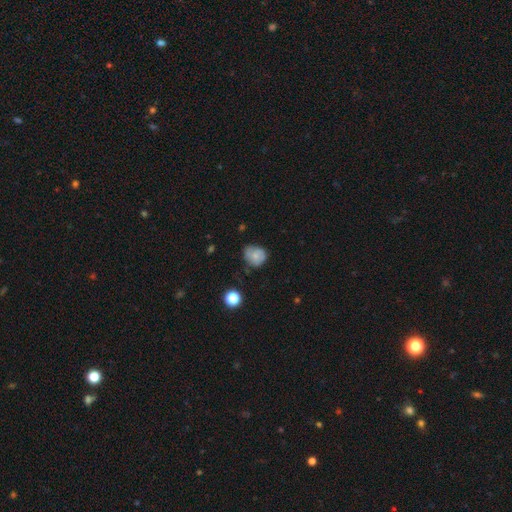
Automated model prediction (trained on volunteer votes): A smooth galaxy with no disk features (69%) that is round (63%).

Vote fractions:
- Smooth or featured? smooth: 69% / featured or disk: 20% / star or artifact: 11%
- How rounded? round: 63% / in between: 36% / cigar-shaped: 1%
- Merging? none: 51% / minor disturbance: 36% / major disturbance: 9% / merger: 3%